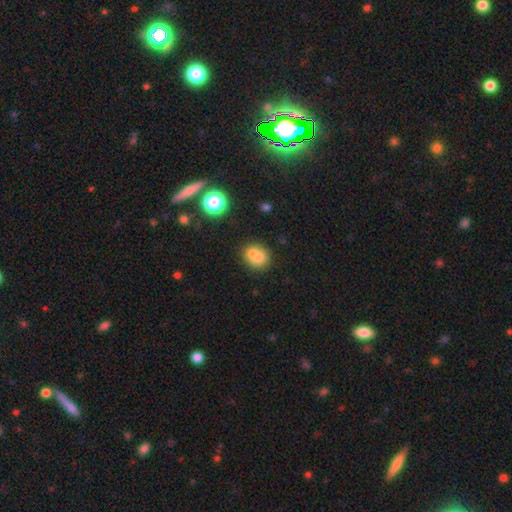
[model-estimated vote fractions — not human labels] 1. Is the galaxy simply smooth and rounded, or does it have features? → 72% smooth, 17% featured or disk, 11% star or artifact.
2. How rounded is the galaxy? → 75% round, 24% in between, 1% cigar-shaped.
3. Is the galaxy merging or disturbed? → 44% merger, 43% none, 10% minor disturbance, 3% major disturbance.